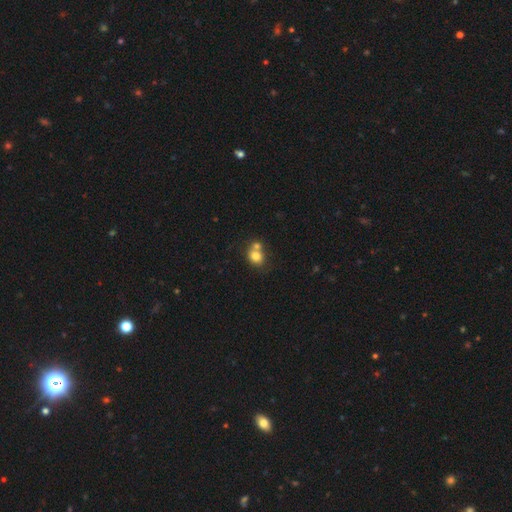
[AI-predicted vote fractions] This appears to be a smooth galaxy with no disk features (78%) that is round (64%). Merging: merger (49%).